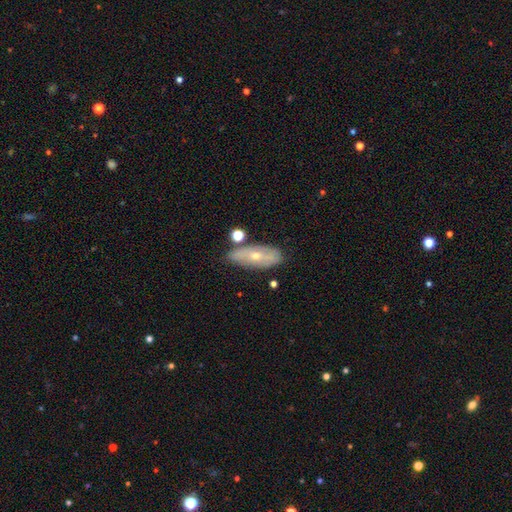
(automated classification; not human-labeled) Smooth or featured? Predicted: featured or disk (p=0.54). Edge-on disk? Predicted: no (p=0.75). Merging? Predicted: none (p=0.72).